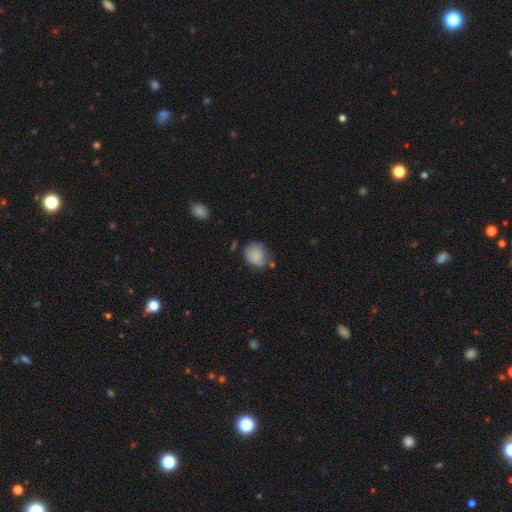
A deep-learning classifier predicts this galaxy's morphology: A smooth galaxy with no disk features (84%) that is round (52%).

Vote fractions:
- Smooth or featured? smooth: 84% / star or artifact: 9% / featured or disk: 8%
- How rounded? round: 52% / in between: 47% / cigar-shaped: 1%
- Merging? none: 56% / minor disturbance: 30% / major disturbance: 8% / merger: 6%